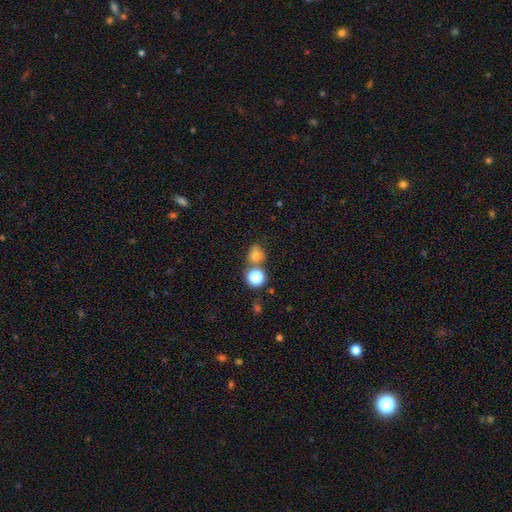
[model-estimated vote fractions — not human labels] Q: Smooth or featured?
A: smooth (75%); runner-up: star or artifact (17%)
Q: How rounded?
A: round (73%); runner-up: in between (26%)
Q: Merging?
A: none (60%); runner-up: merger (23%)